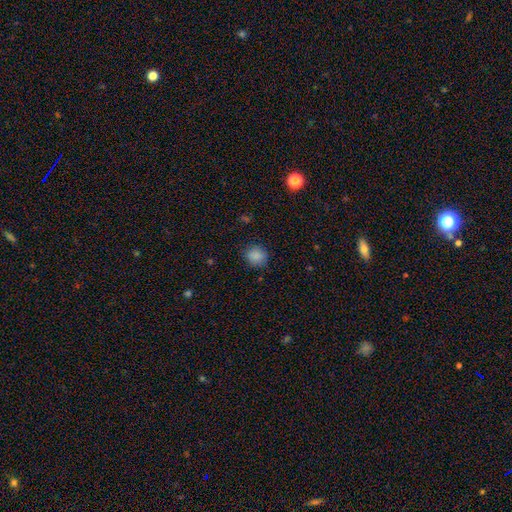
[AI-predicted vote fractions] Smooth or featured?
  - smooth: 86% *
  - star or artifact: 10%
  - featured or disk: 4%
How rounded?
  - round: 79% *
  - in between: 20%
  - cigar-shaped: 1%
Merging?
  - none: 84% *
  - minor disturbance: 12%
  - major disturbance: 3%
  - merger: 1%